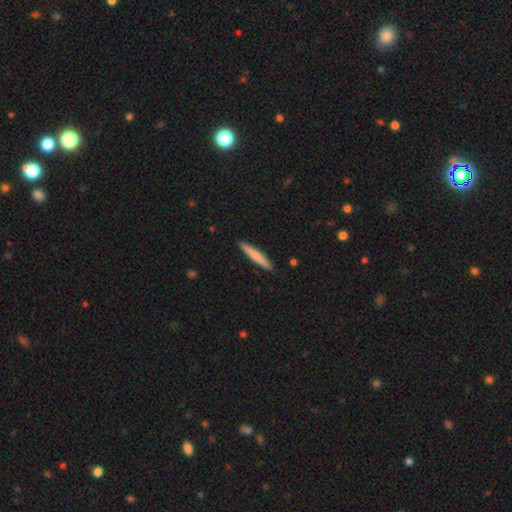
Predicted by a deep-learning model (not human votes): Smooth or featured? smooth (73%)
How rounded? cigar-shaped (95%)
Merging? none (91%)